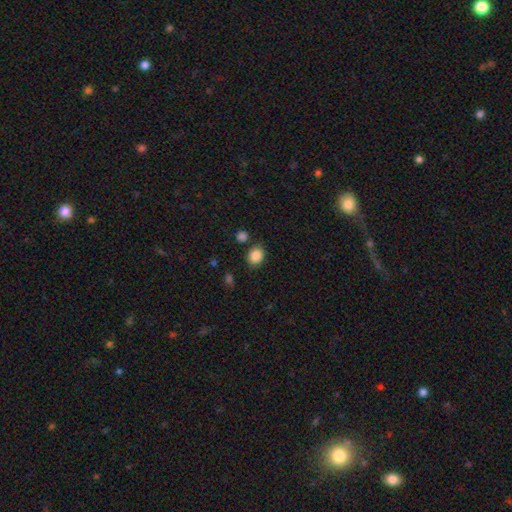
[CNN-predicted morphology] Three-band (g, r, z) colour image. It shows a smooth galaxy with no disk features (87%) that is round (58%). Merging: none (79%).